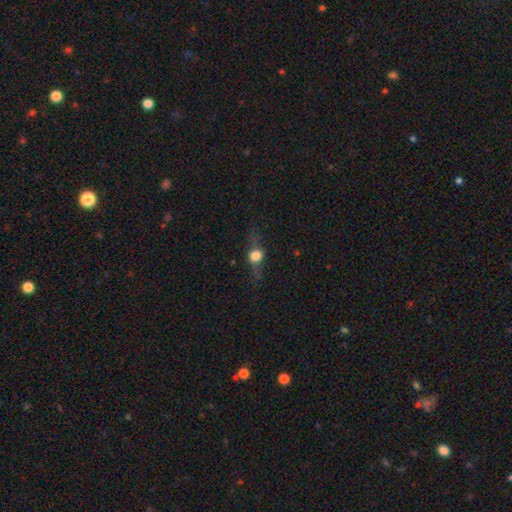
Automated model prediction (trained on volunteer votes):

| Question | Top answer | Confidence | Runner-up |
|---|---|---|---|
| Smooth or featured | featured or disk | 43% | smooth (42%) |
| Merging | none | 69% | minor disturbance (18%) |